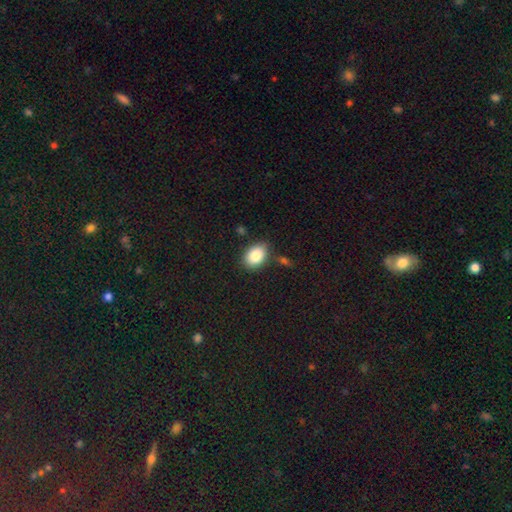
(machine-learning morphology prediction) smooth-or-featured: smooth: 85% | star or artifact: 8% | featured or disk: 7%
  how-rounded: in between: 80% | round: 19% | cigar-shaped: 1%
  merging: none: 78% | minor disturbance: 14% | merger: 5% | major disturbance: 3%